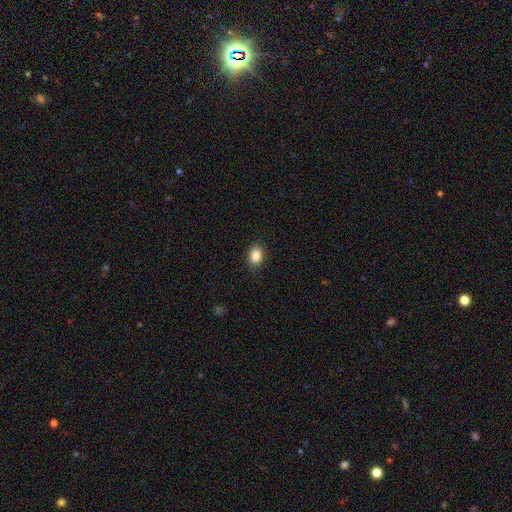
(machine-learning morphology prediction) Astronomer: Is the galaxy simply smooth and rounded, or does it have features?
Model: smooth — 87%.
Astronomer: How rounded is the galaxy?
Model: in between — 76%.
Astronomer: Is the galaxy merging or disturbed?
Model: none — 88%.